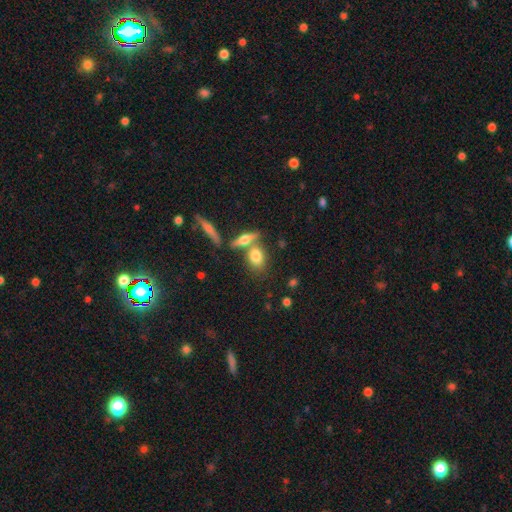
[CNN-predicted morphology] A smooth galaxy with no disk features (73%) that is in between round and cigar-shaped (70%). Merging: none (51%).